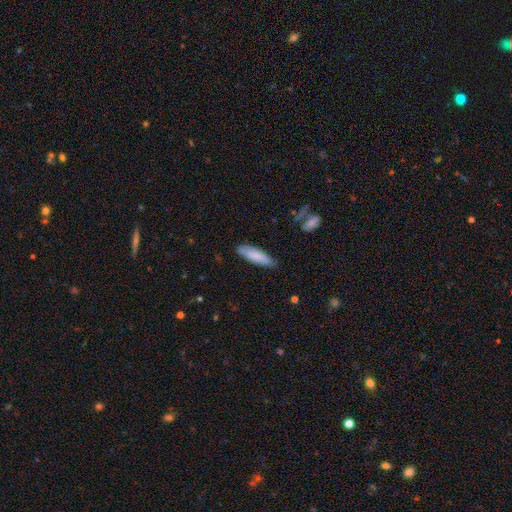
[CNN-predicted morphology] This appears to be a smooth galaxy with no disk features (80%) that is cigar-shaped (57%). Merging: none (81%).